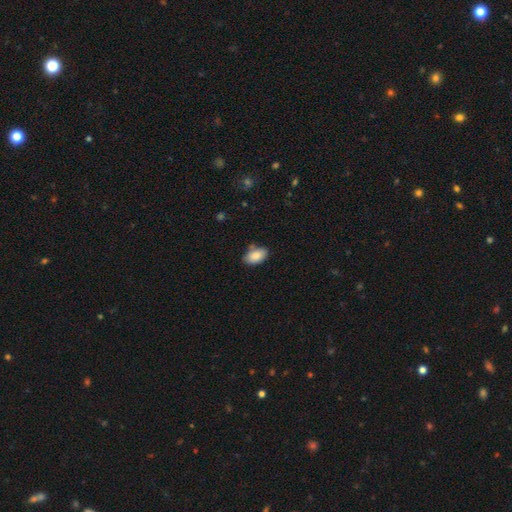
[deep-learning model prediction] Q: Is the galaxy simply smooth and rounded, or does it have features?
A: smooth — 87%.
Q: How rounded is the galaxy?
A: in between — 93%.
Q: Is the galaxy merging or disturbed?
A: none — 73%.